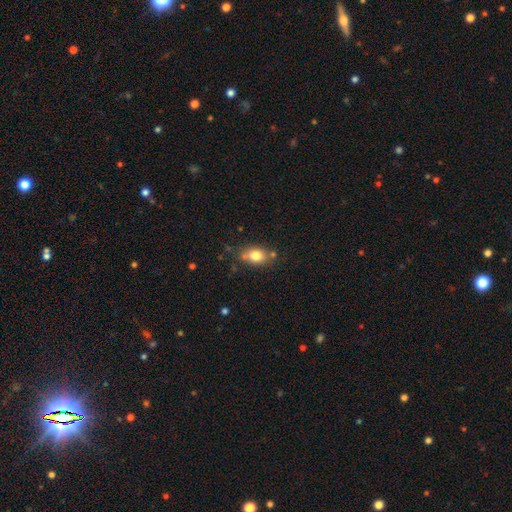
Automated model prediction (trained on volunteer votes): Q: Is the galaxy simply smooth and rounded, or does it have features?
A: smooth — 78%.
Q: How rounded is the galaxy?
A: in between — 67%.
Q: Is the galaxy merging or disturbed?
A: none — 67%.